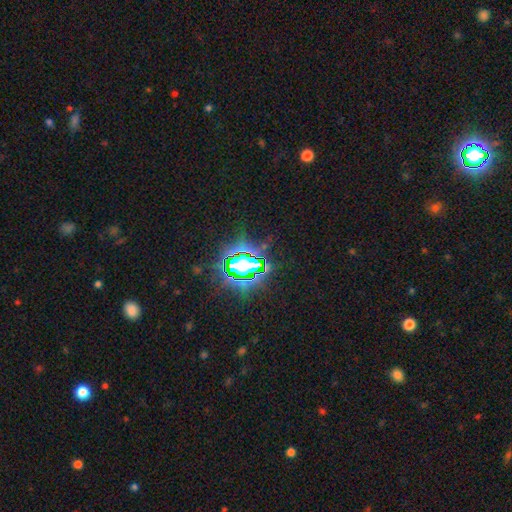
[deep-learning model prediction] This is clearly a star or artifact rather than a galaxy (82%).